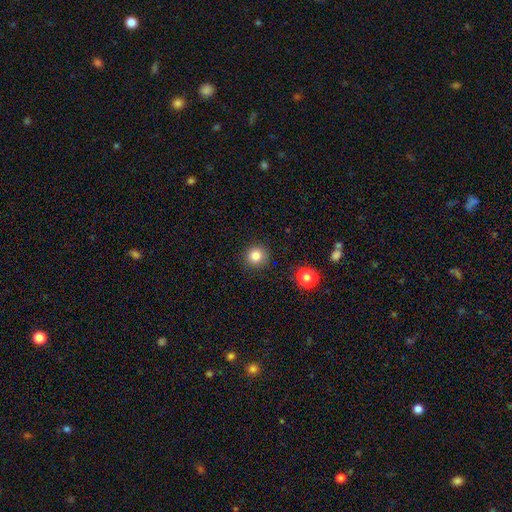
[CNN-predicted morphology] type=smooth (82%); roundness=round (93%); merging=none (90%).